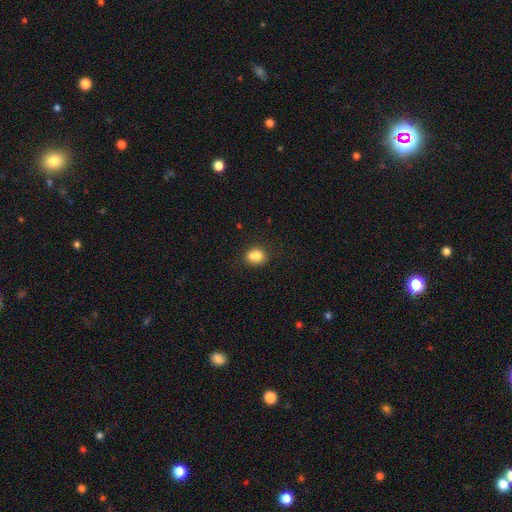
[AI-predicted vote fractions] A smooth galaxy with no disk features (75%) that is round (64%). Merging: merger (42%, tied with none).